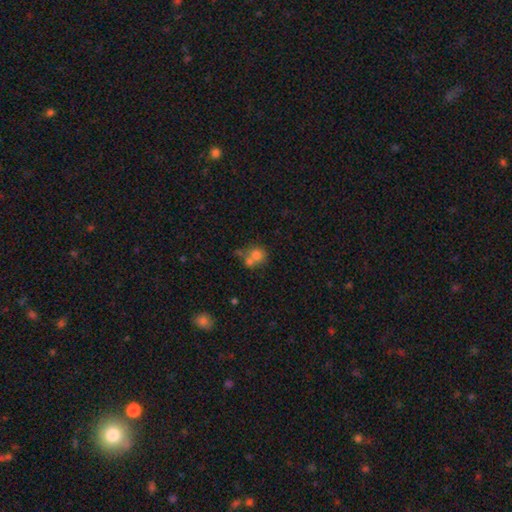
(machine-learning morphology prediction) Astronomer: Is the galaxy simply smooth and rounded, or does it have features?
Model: smooth — 73%.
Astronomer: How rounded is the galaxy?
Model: round — 78%.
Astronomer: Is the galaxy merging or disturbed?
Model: merger — 50% (runner-up: none, 36%).